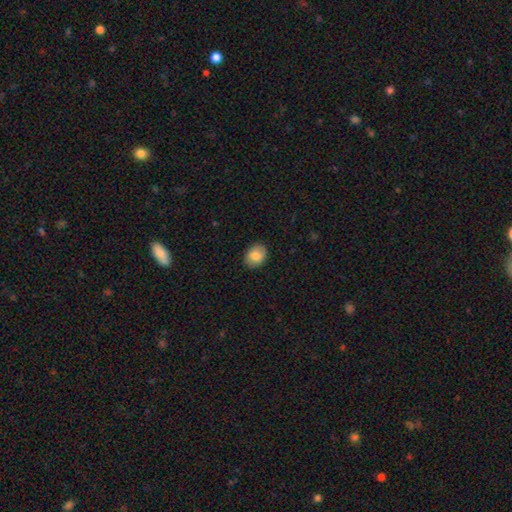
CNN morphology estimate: Smooth or featured? smooth (84%)
How rounded? in between (57%)
Merging? none (89%)